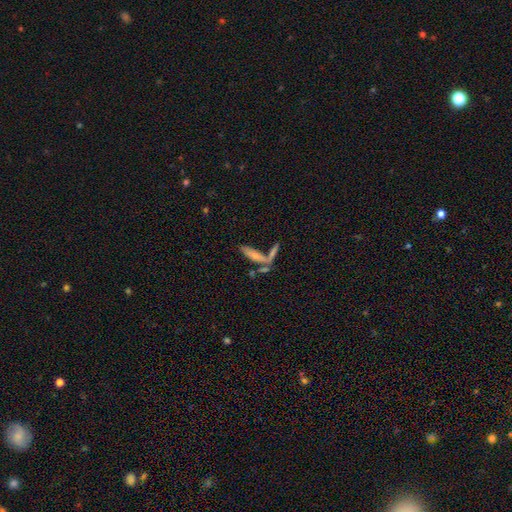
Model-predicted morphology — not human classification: type=smooth (61%); roundness=cigar-shaped (69%); merging=merger (41%).